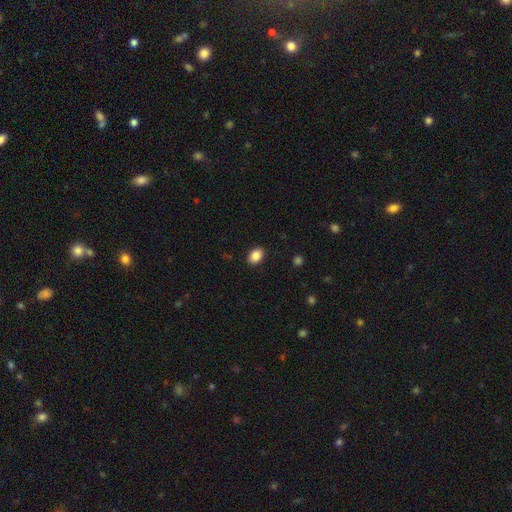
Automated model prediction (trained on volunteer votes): Smooth or featured: smooth — 87% (star or artifact — 8%)
How rounded: in between — 80% (round — 19%)
Merging: none — 89% (minor disturbance — 8%)